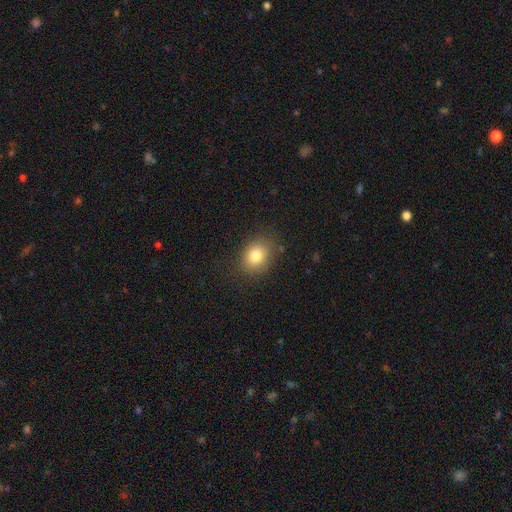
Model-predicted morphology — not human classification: Smooth or featured: smooth — 80% (star or artifact — 11%)
How rounded: round — 51% (in between — 48%)
Merging: none — 82% (minor disturbance — 12%)